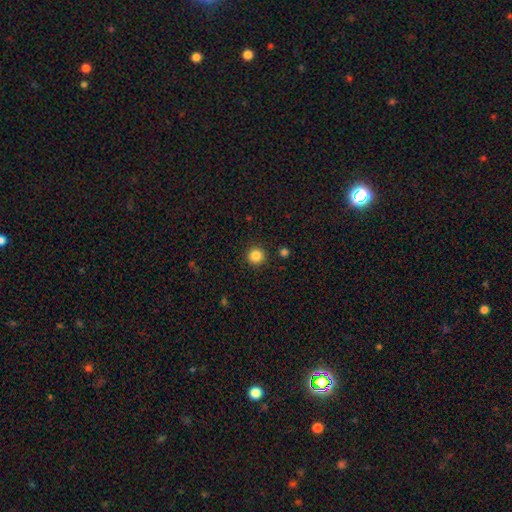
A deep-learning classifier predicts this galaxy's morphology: Smooth or featured? Predicted: smooth (p=0.85). How rounded? Predicted: round (p=0.95). Merging? Predicted: none (p=0.92).